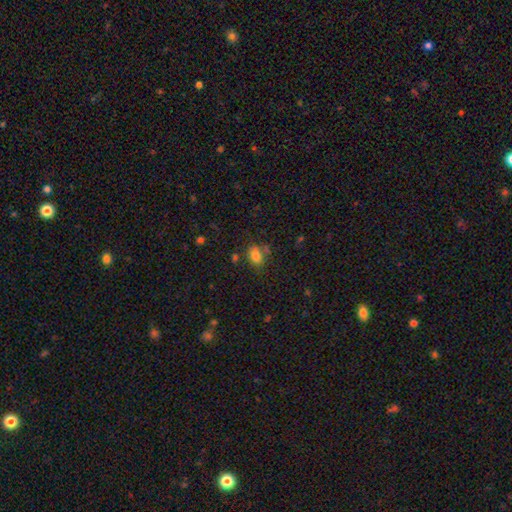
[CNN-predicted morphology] type=smooth (79%); roundness=in between (65%); merging=none (67%).